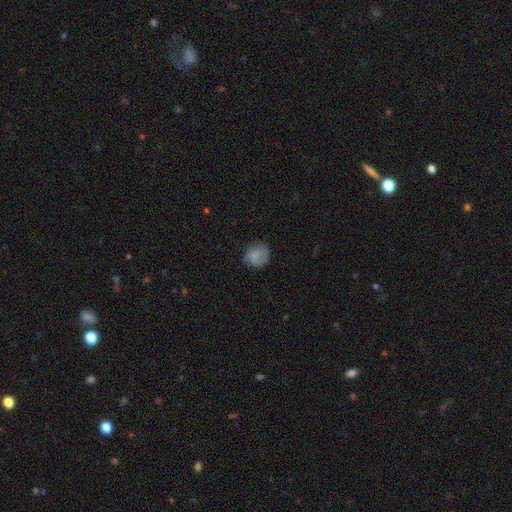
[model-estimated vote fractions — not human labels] smooth-or-featured: smooth: 77% | featured or disk: 15% | star or artifact: 8%
  how-rounded: round: 81% | in between: 18% | cigar-shaped: 1%
  merging: none: 69% | minor disturbance: 22% | major disturbance: 7% | merger: 1%